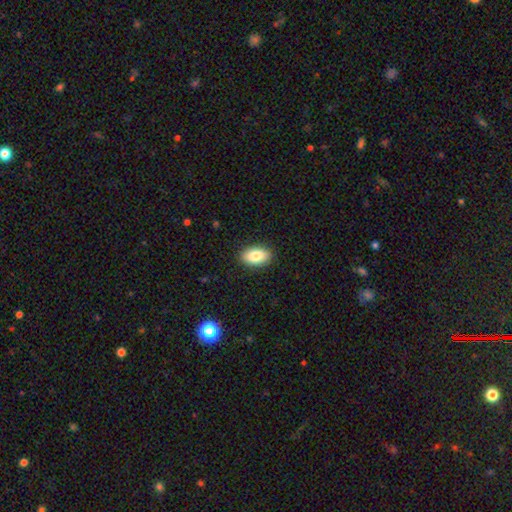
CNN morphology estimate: Q: Smooth or featured?
A: smooth (85%); runner-up: featured or disk (8%)
Q: How rounded?
A: in between (92%); runner-up: round (6%)
Q: Merging?
A: none (89%); runner-up: minor disturbance (8%)